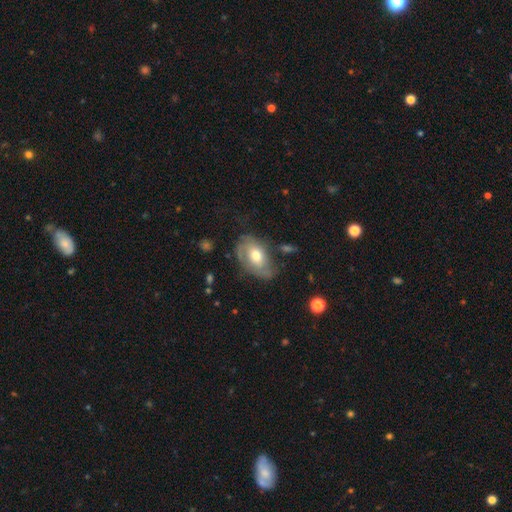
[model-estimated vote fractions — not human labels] This appears to be a featured or disk galaxy (48%). Merging: none (51%).